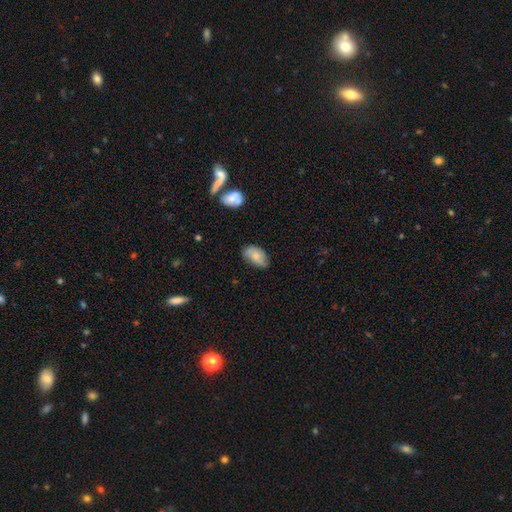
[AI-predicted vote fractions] Smooth or featured: smooth — 71% (featured or disk — 22%)
How rounded: in between — 93% (round — 5%)
Merging: none — 67% (minor disturbance — 26%)